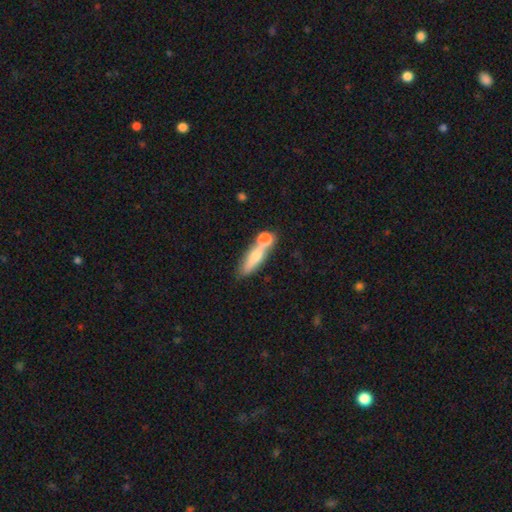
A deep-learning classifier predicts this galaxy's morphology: A smooth galaxy with no disk features (60%) that is cigar-shaped (53%).

Vote fractions:
- Smooth or featured? smooth: 60% / featured or disk: 31% / star or artifact: 8%
- How rounded? cigar-shaped: 53% / in between: 40% / round: 7%
- Merging? none: 45% / merger: 36% / minor disturbance: 13% / major disturbance: 6%